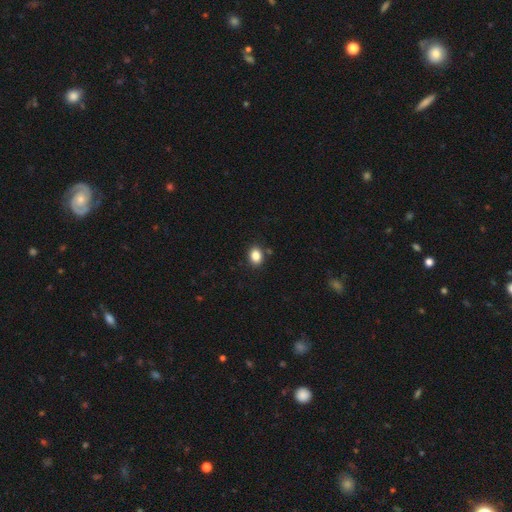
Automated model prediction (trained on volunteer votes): A smooth galaxy with no disk features (85%) that is in between round and cigar-shaped (61%). Merging: none (86%).